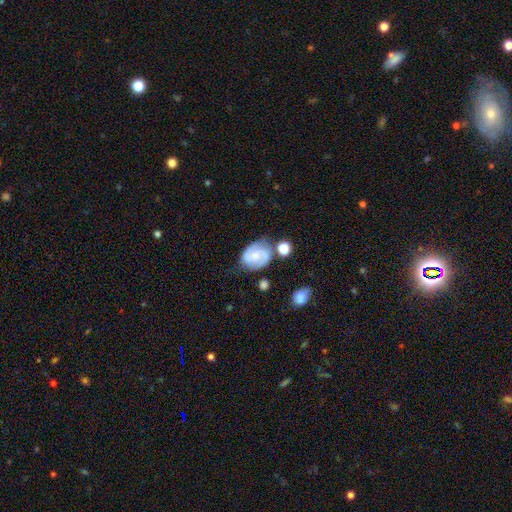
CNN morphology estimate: A featured or disk galaxy (77%) with no bar (60%), 2 (85%) medium (47%) spiral arms (94%) and a small central bulge (49%). Merging: none (61%).